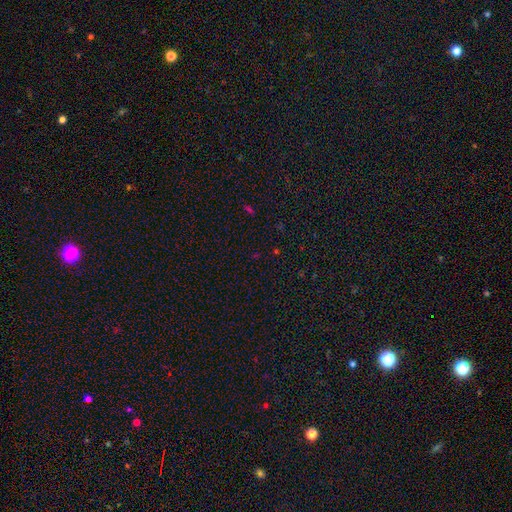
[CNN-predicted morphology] This is likely a star or artifact rather than a galaxy (62%).